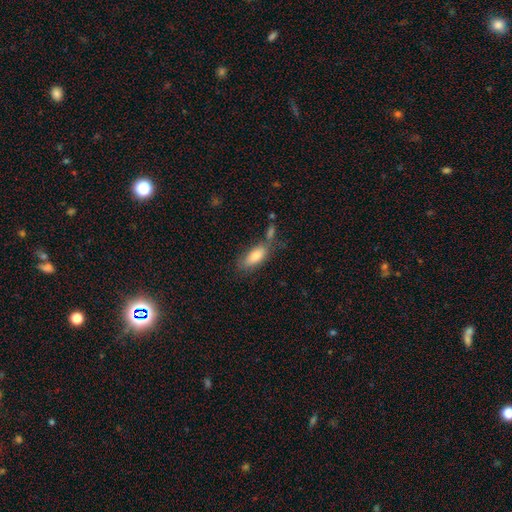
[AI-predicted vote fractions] Smooth or featured? Predicted: smooth (p=0.81). How rounded? Predicted: in between (p=0.78). Merging? Predicted: none (p=0.56).